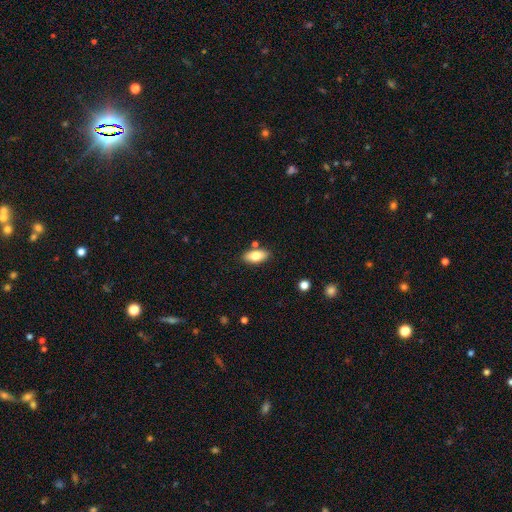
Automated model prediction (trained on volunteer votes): Morphology: type=smooth (78%); roundness=in between (90%); merging=none (81%).